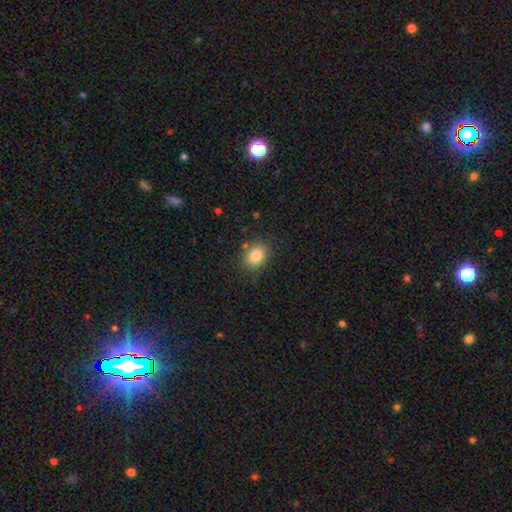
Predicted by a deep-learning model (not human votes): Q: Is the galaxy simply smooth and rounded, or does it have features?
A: smooth — 83%.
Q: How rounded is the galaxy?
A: in between — 57%.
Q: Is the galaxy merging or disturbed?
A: none — 81%.